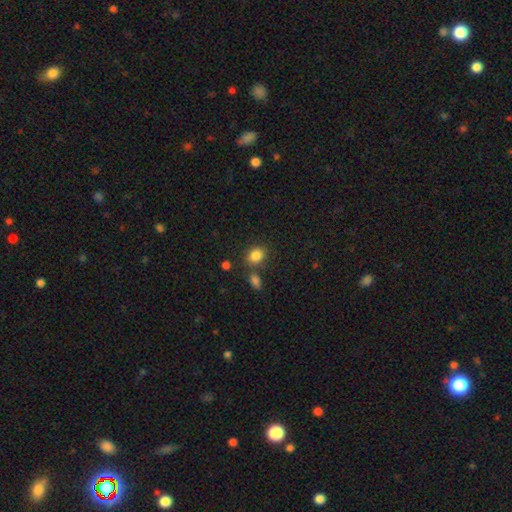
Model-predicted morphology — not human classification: This is clearly a smooth galaxy (85%). How rounded: possibly in between (54%). Merging: likely none (72%).